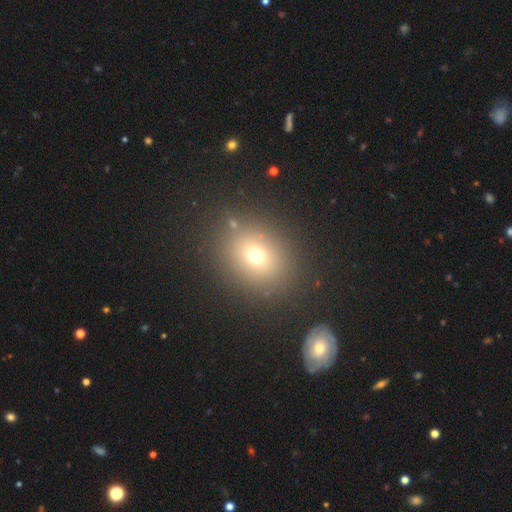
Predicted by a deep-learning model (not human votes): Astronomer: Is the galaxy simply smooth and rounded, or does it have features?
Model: smooth — 69%.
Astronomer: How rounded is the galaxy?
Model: round — 64%.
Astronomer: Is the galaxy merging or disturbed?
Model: none — 83%.